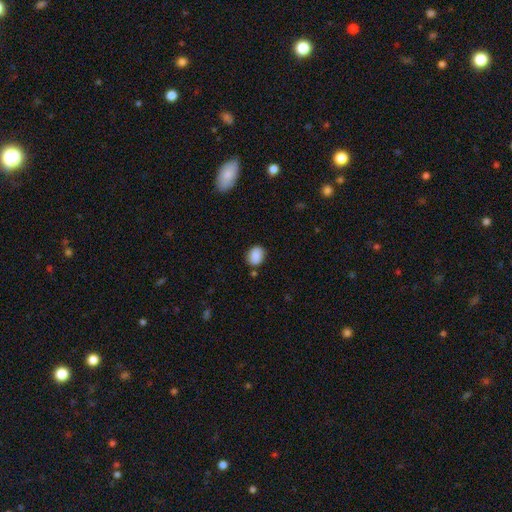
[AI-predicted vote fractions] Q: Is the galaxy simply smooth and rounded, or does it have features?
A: smooth — 84%.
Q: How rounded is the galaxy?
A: round — 50%.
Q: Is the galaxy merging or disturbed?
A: none — 78%.